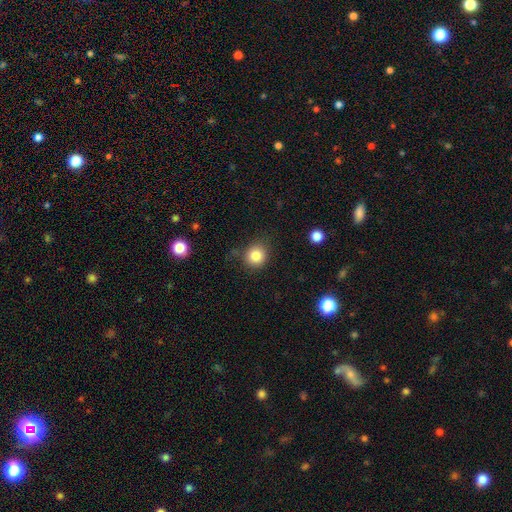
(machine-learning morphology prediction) This appears to be a smooth galaxy with no disk features (84%) that is round (86%). Merging: none (80%).